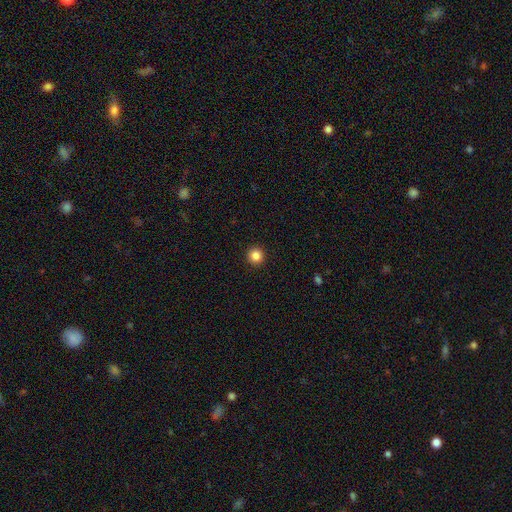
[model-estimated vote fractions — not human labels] A smooth galaxy with no disk features (85%) that is round (95%). Merging: none (94%).